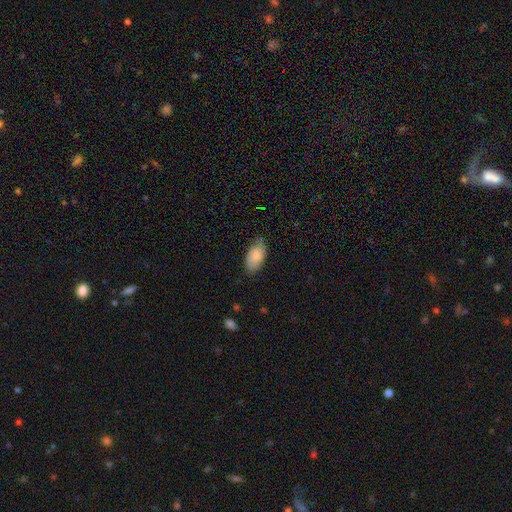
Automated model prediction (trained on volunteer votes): Smooth or featured? smooth (80%)
How rounded? in between (93%)
Merging? none (73%)